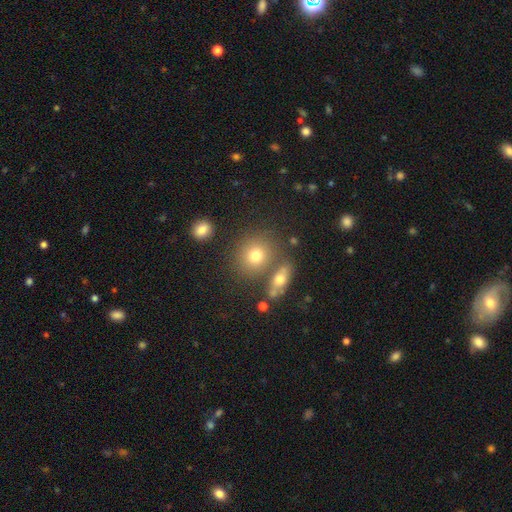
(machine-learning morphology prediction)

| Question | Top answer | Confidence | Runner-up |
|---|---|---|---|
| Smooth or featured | smooth | 75% | star or artifact (13%) |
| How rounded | round | 78% | in between (21%) |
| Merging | none | 70% | merger (16%) |